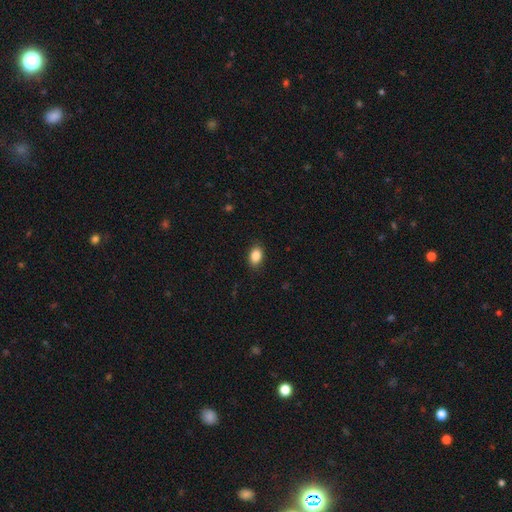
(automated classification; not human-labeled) Q: Smooth or featured?
A: smooth (87%); runner-up: star or artifact (8%)
Q: How rounded?
A: in between (85%); runner-up: round (13%)
Q: Merging?
A: none (87%); runner-up: minor disturbance (10%)